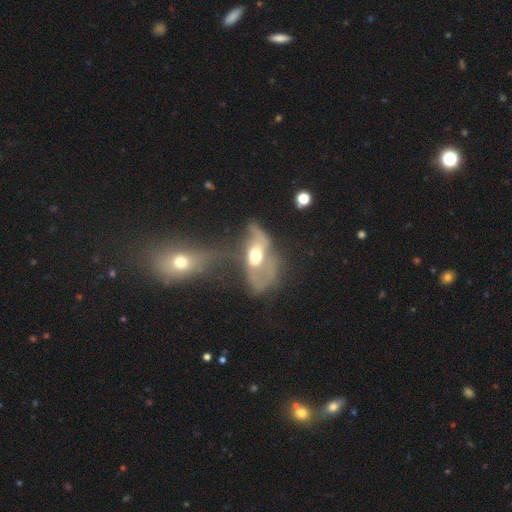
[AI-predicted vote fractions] Smooth or featured: featured or disk — 58% (smooth — 33%)
Edge-on disk: no — 90% (yes — 10%)
Bar: no — 68% (weak — 23%)
Spiral arms: no — 56% (yes — 44%)
Bulge size: moderate — 65% (large — 22%)
Merging: major disturbance — 43% (merger — 31%)